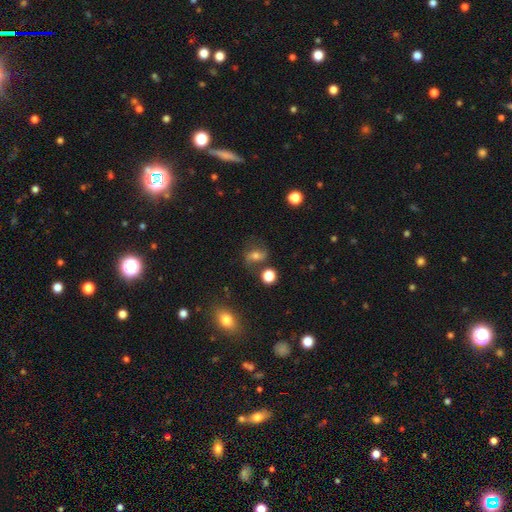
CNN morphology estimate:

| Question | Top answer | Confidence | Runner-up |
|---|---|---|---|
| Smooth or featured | smooth | 45% | featured or disk (40%) |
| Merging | none | 64% | minor disturbance (19%) |